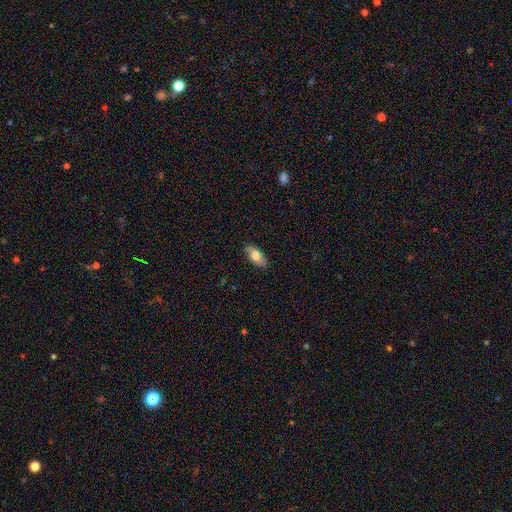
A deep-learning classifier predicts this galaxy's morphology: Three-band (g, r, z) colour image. It shows a smooth galaxy with no disk features (67%) that is in between round and cigar-shaped (89%). Merging: none (80%).